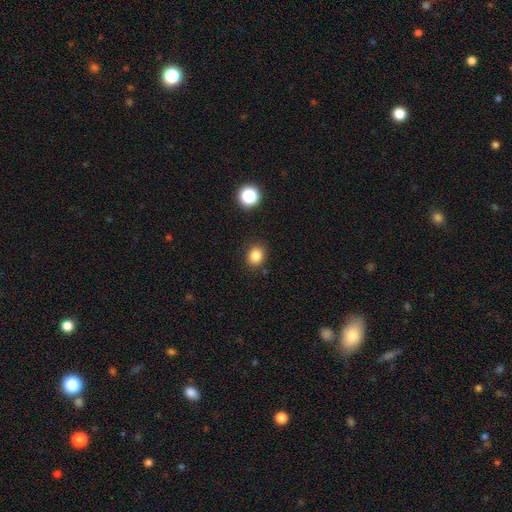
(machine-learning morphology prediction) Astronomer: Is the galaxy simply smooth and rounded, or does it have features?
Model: smooth — 83%.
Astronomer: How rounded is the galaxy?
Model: round — 67%.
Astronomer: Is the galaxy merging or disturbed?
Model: none — 88%.